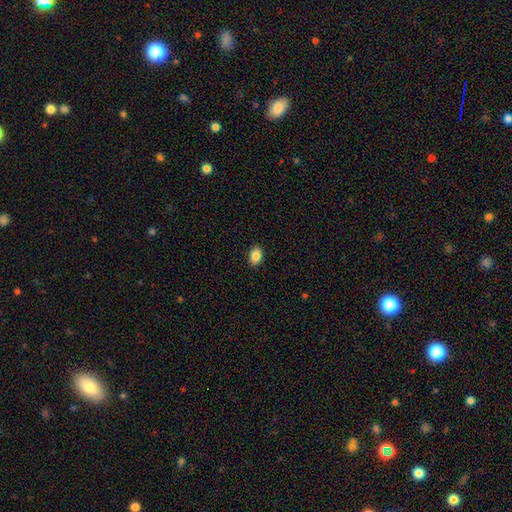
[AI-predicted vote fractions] smooth-or-featured: smooth: 87% | star or artifact: 8% | featured or disk: 5%
  how-rounded: in between: 79% | round: 20% | cigar-shaped: 1%
  merging: none: 90% | minor disturbance: 8% | major disturbance: 2% | merger: 1%